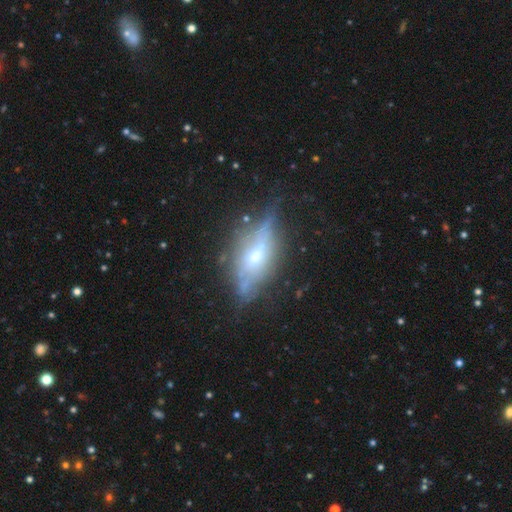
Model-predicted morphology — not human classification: smooth_or_featured: featured or disk (p=0.73) [alt: smooth p=0.18]
disk_edge_on: yes (p=0.76) [alt: no p=0.24]
edge_on_bulge: rounded (p=0.86) [alt: boxy p=0.09]
merging: none (p=0.61) [alt: minor disturbance p=0.24]